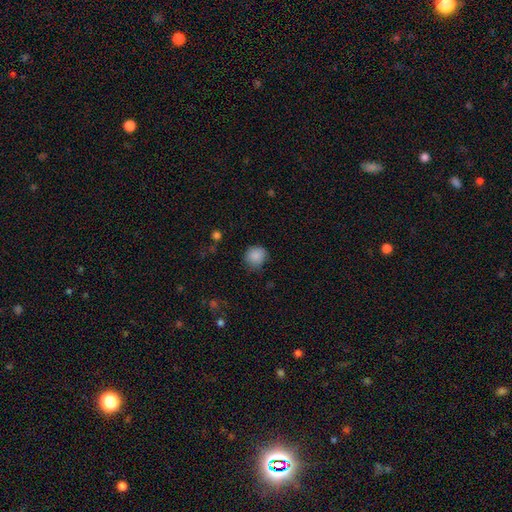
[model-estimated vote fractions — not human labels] The model was most divided on "merging": none: 77%, minor disturbance: 18%, major disturbance: 4%, merger: 1%. More confident: smooth or featured — smooth (87%); how rounded — round (85%).